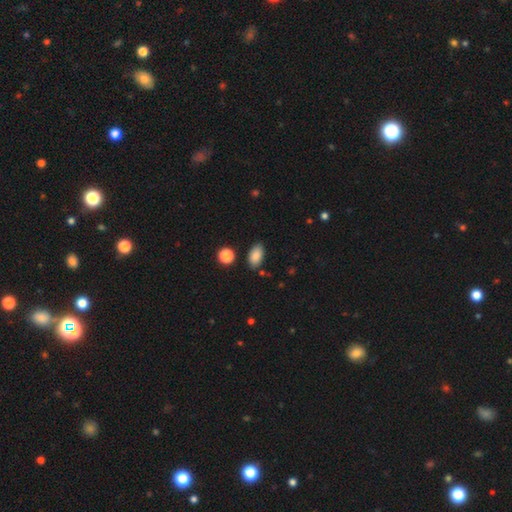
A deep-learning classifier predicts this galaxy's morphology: Smooth or featured? smooth (87%)
How rounded? in between (92%)
Merging? none (83%)